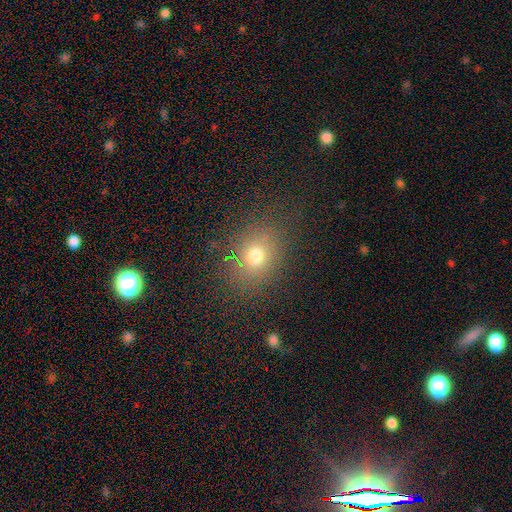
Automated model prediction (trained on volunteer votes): smooth-or-featured: smooth: 72% | star or artifact: 17% | featured or disk: 11%
  how-rounded: round: 51% | in between: 48% | cigar-shaped: 2%
  merging: none: 81% | minor disturbance: 12% | major disturbance: 5% | merger: 2%